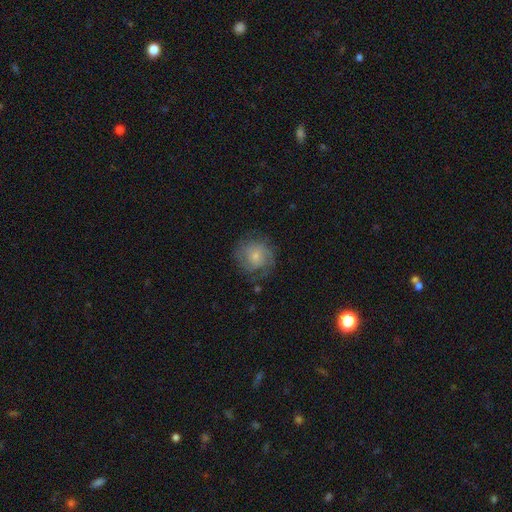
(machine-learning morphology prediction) Overall: featured or disk (51%; smooth 41%). Edge-on disk: no (98%). Bar: no (74%). Spiral arms: yes (81%). Bulge size: small (69%). Merging: none (67%).